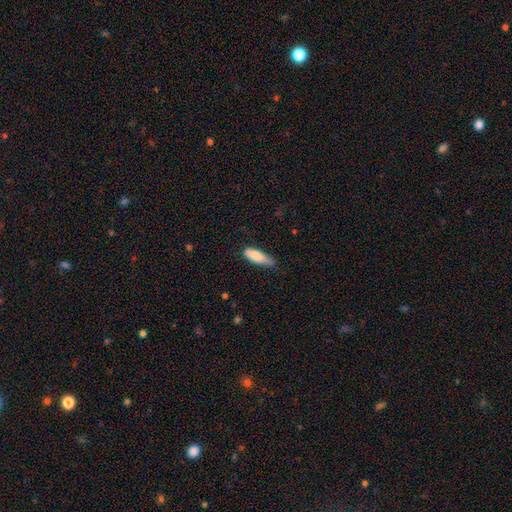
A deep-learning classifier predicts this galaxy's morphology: Smooth or featured? smooth (80%)
How rounded? in between (54%)
Merging? none (51%)